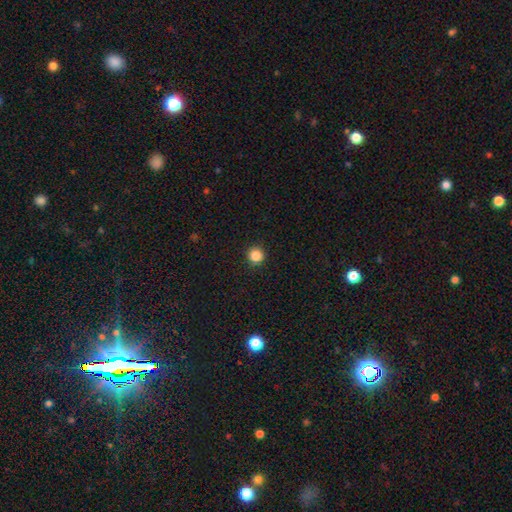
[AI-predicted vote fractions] Smooth or featured? Predicted: smooth (p=0.86). How rounded? Predicted: round (p=0.94). Merging? Predicted: none (p=0.92).